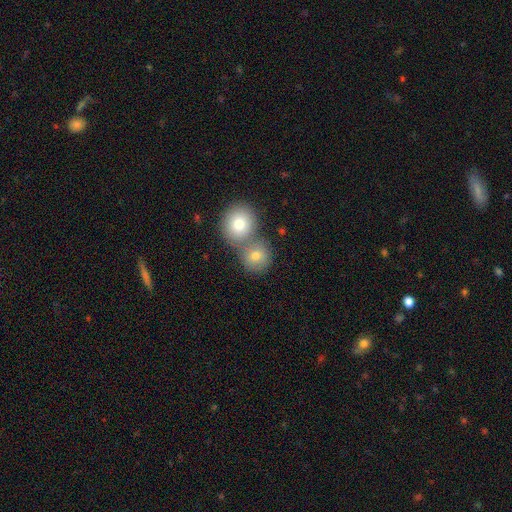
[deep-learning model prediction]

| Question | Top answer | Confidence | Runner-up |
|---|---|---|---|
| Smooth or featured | smooth | 76% | featured or disk (13%) |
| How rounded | round | 86% | in between (13%) |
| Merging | merger | 45% | tied: none (45%) |